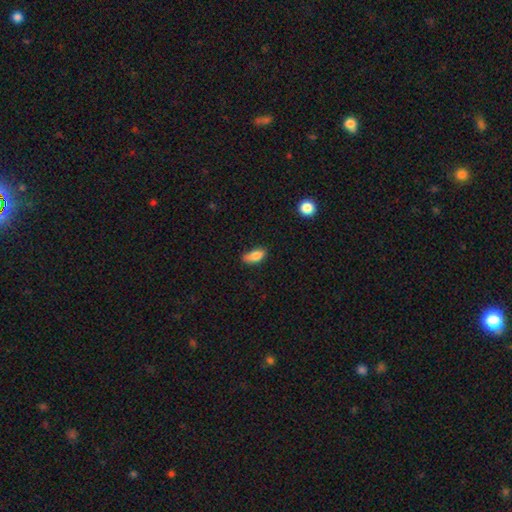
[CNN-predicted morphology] Smooth or featured? smooth (84%)
How rounded? in between (85%)
Merging? none (69%)